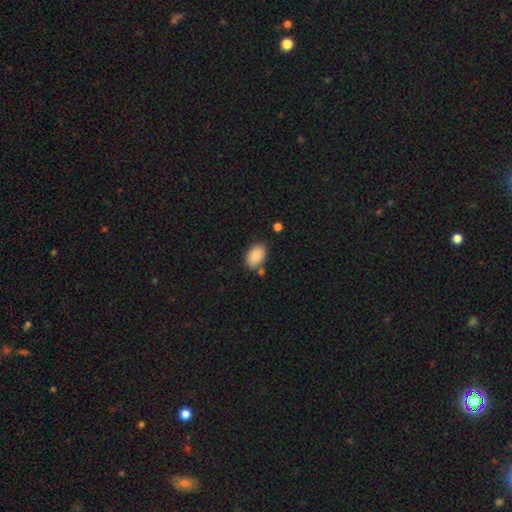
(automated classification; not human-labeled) A smooth galaxy with no disk features (89%) that is in between round and cigar-shaped (92%). Merging: none (76%).